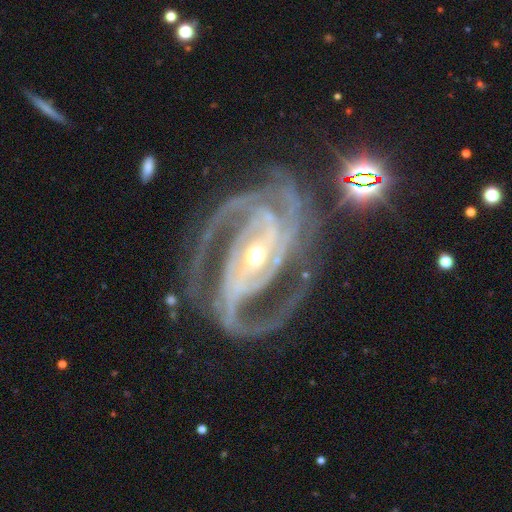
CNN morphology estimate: smooth_or_featured: featured or disk (p=0.94) [alt: star or artifact p=0.04]
disk_edge_on: no (p=0.98) [alt: yes p=0.02]
bar: strong (p=0.53) [alt: weak p=0.30]
has_spiral_arms: yes (p=0.99) [alt: no p=0.01]
spiral_winding: tight (p=0.48) [alt: medium p=0.46]
spiral_arm_count: 3 (p=0.42) [alt: 2 p=0.28]
bulge_size: moderate (p=0.53) [alt: small p=0.42]
merging: none (p=0.67) [alt: minor disturbance p=0.18]